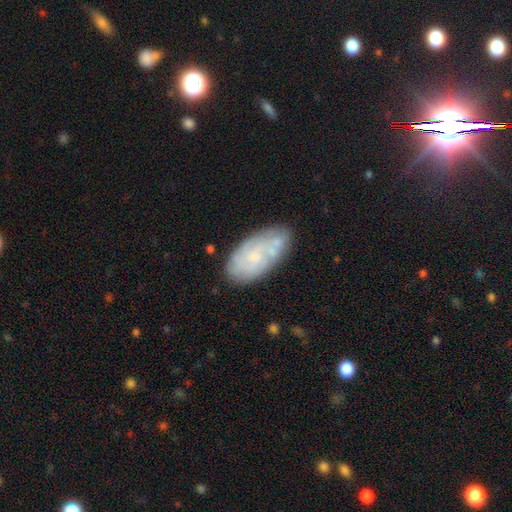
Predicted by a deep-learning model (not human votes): This is possibly a featured or disk galaxy (50%). Merging: likely none (66%).